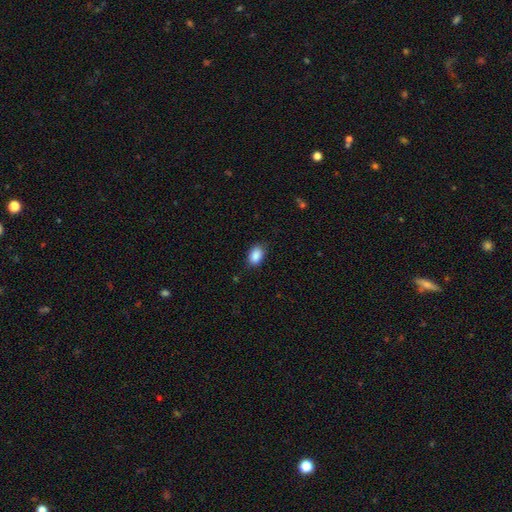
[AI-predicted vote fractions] Overall: smooth (89%). How rounded: in between (87%). Merging: none (83%).